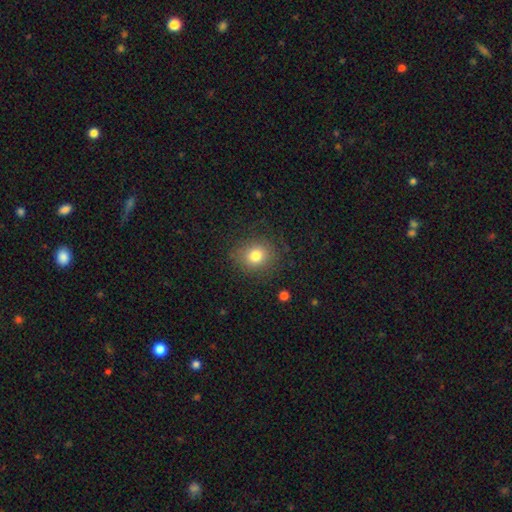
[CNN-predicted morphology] smooth_or_featured: smooth (p=0.79) [alt: star or artifact p=0.12]
how_rounded: round (p=0.76) [alt: in between p=0.23]
merging: none (p=0.84) [alt: minor disturbance p=0.11]